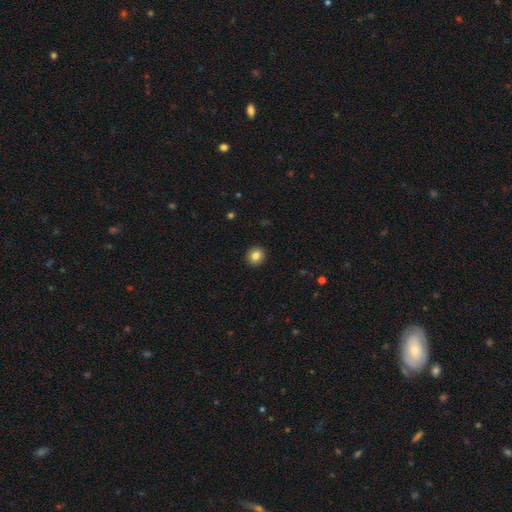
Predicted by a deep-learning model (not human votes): Morphology: type=smooth (84%); roundness=round (87%); merging=none (93%).